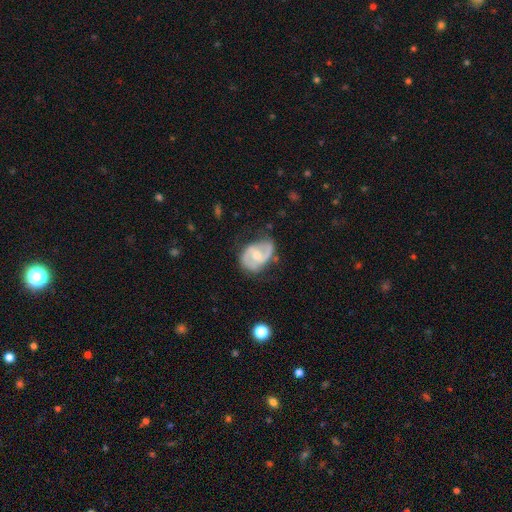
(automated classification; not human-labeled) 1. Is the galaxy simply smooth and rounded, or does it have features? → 77% featured or disk, 18% smooth, 5% star or artifact.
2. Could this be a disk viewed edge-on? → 97% no, 3% yes.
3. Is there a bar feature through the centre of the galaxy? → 45% weak, 43% no, 12% strong.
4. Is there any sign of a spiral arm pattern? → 89% yes, 11% no.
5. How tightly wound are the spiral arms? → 49% medium, 27% loose, 24% tight.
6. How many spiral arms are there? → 80% 2, 9% can't tell, 7% 1, 2% 3, 1% 4, 1% more than 4.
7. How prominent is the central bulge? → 58% moderate, 33% small, 4% large, 4% none, 1% dominant.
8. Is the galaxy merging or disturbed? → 57% none, 29% minor disturbance, 12% major disturbance, 2% merger.